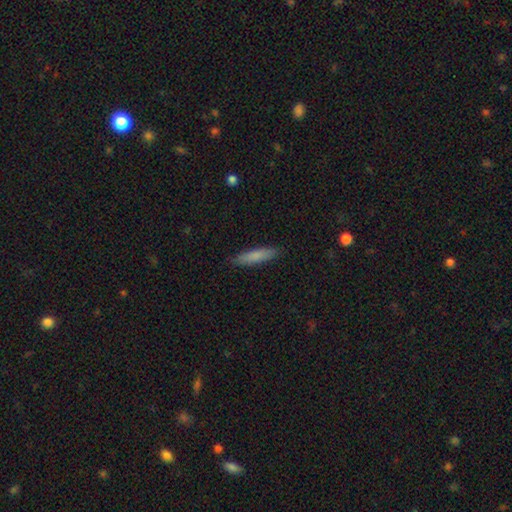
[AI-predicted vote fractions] Overall: smooth (82%). How rounded: cigar-shaped (82%). Merging: none (88%).